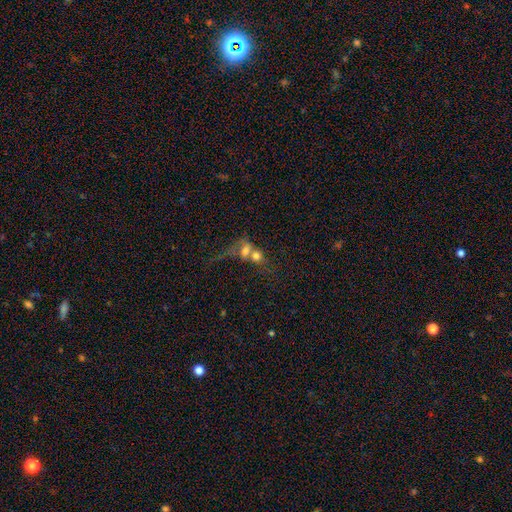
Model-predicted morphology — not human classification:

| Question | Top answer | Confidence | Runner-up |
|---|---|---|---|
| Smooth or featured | smooth | 64% | featured or disk (24%) |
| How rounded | round | 52% | in between (45%) |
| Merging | merger | 75% | none (12%) |